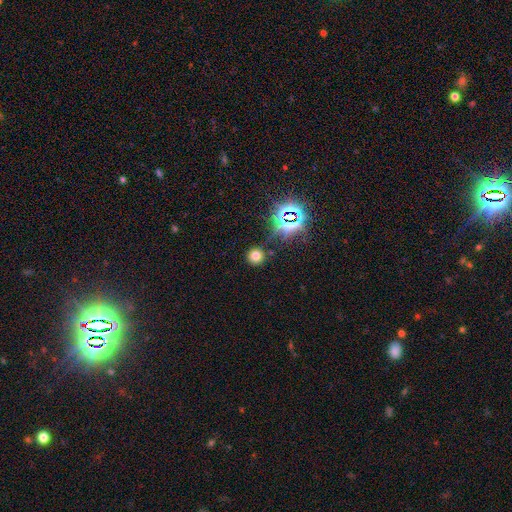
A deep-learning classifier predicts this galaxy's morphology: A smooth galaxy with no disk features (66%) that is round (92%). Merging: none (84%).